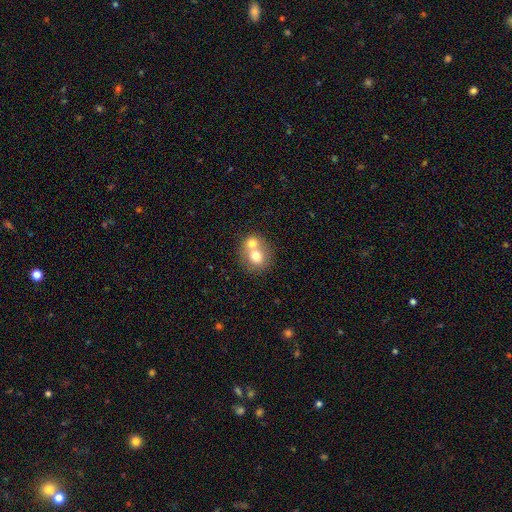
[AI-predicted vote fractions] Smooth or featured?
  - smooth: 70% *
  - featured or disk: 21%
  - star or artifact: 9%
How rounded?
  - round: 72% *
  - in between: 27%
  - cigar-shaped: 1%
Merging?
  - merger: 61% *
  - none: 30%
  - minor disturbance: 6%
  - major disturbance: 2%